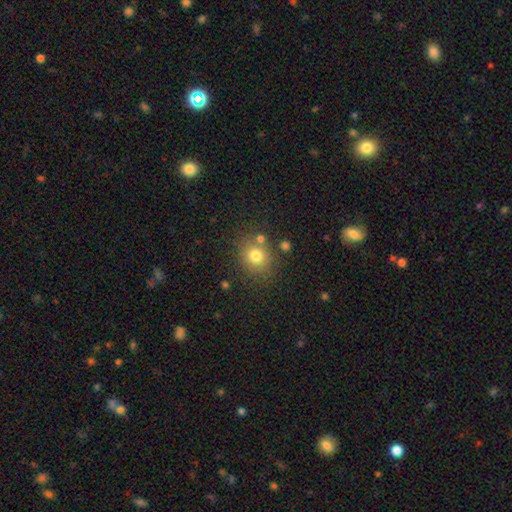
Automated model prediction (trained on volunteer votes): Smooth or featured? Predicted: smooth (p=0.77). How rounded? Predicted: round (p=0.73). Merging? Predicted: none (p=0.76).